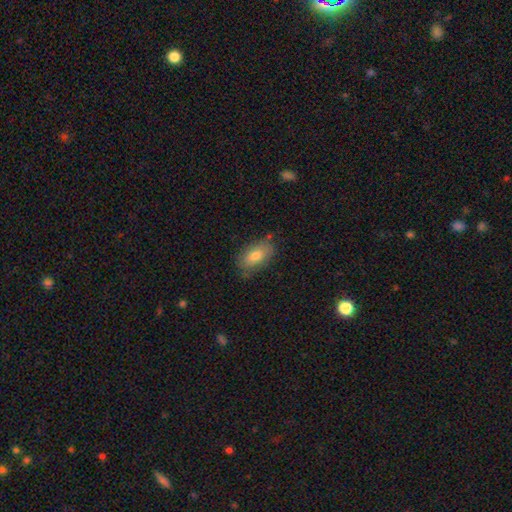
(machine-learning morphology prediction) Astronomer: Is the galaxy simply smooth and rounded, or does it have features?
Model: smooth — 74%.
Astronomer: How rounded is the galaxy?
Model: in between — 90%.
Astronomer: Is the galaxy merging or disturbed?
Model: none — 74%.